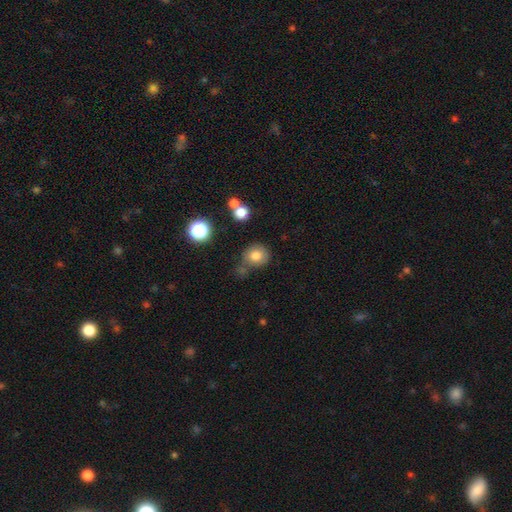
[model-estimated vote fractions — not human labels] This is likely a smooth galaxy (79%). How rounded: likely round (77%). Merging: likely none (61%).